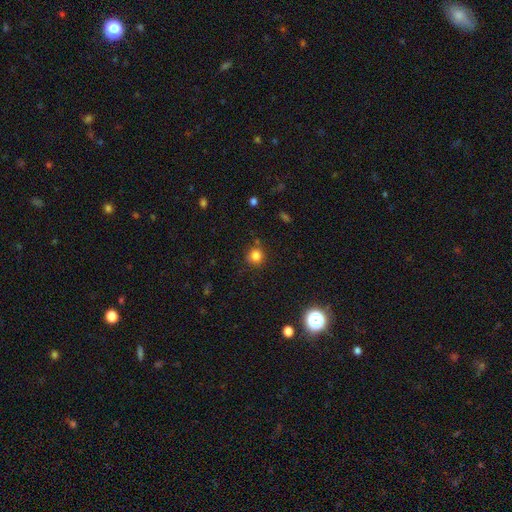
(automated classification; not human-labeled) Smooth or featured? smooth (81%)
How rounded? round (90%)
Merging? none (81%)